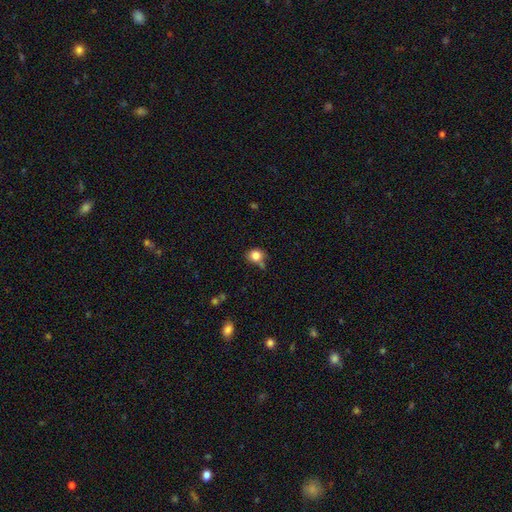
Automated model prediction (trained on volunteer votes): The model was most divided on "merging": none: 58%, minor disturbance: 23%, merger: 12%, major disturbance: 7%. More confident: smooth or featured — smooth (82%); how rounded — round (71%).